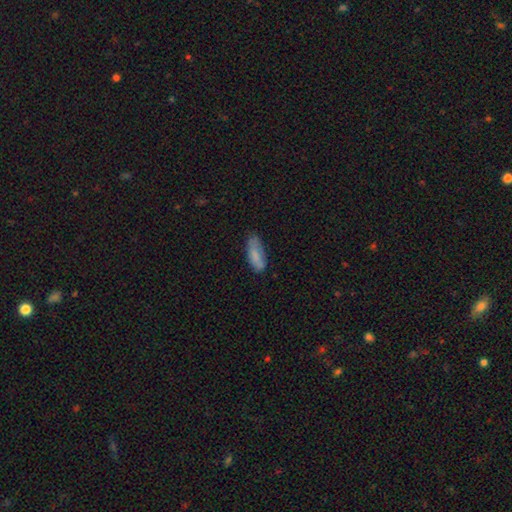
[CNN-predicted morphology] Overall: smooth (81%). How rounded: in between (73%). Merging: none (62%; minor disturbance 29%).